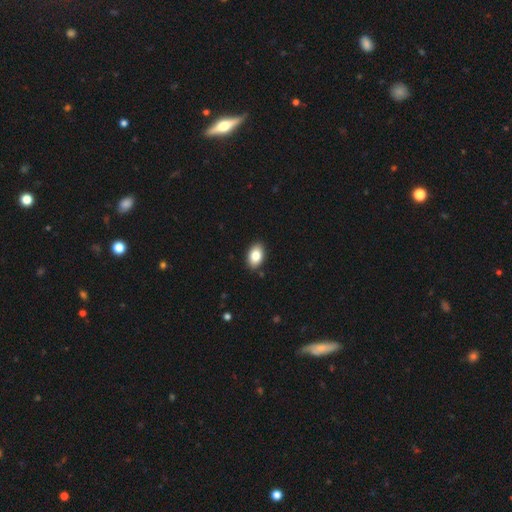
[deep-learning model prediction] Q: Smooth or featured?
A: smooth (83%); runner-up: featured or disk (9%)
Q: How rounded?
A: in between (90%); runner-up: round (8%)
Q: Merging?
A: none (89%); runner-up: minor disturbance (8%)